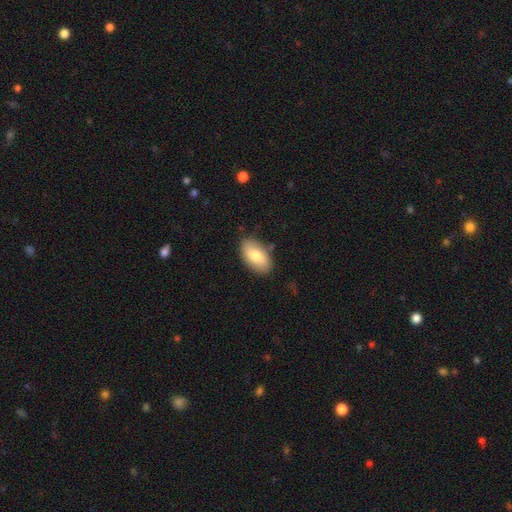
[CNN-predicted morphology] A smooth galaxy with no disk features (79%) that is in between round and cigar-shaped (94%).

Vote fractions:
- Smooth or featured? smooth: 79% / featured or disk: 15% / star or artifact: 6%
- How rounded? in between: 94% / round: 4% / cigar-shaped: 2%
- Merging? none: 82% / minor disturbance: 14% / major disturbance: 3% / merger: 2%